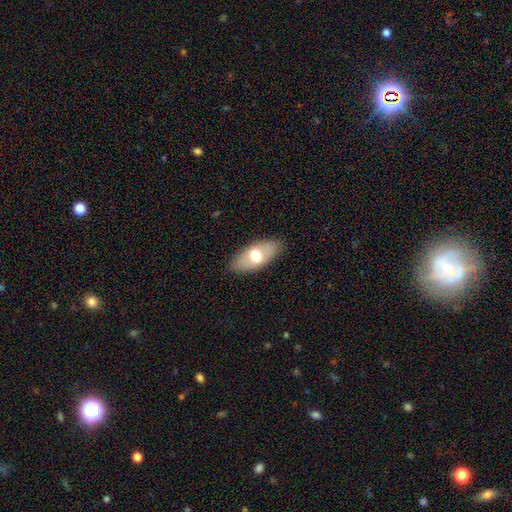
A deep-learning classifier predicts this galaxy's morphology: This is possibly a smooth galaxy (59%). How rounded: clearly in between (87%). Merging: clearly none (85%).